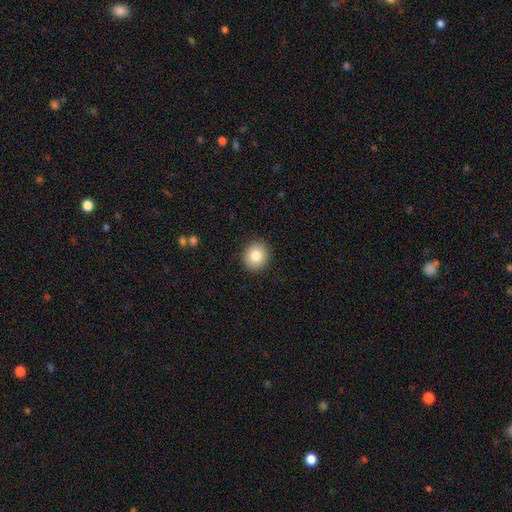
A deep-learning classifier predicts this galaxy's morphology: smooth 82%, star or artifact 9%, featured or disk 9%. Down the decision tree: how rounded — round (81%); merging — none (90%).